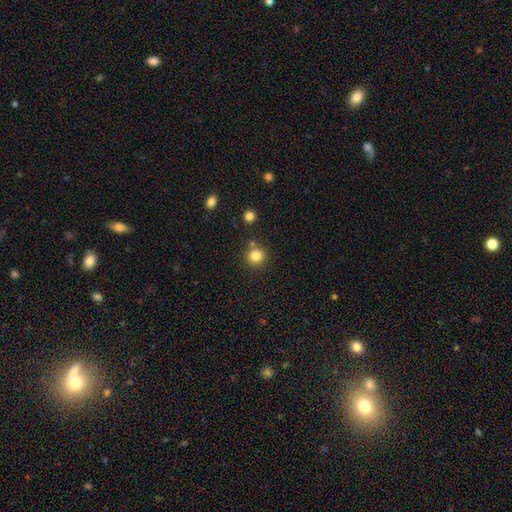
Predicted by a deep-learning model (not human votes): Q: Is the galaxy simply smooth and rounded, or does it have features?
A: smooth — 83%.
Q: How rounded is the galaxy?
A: round — 91%.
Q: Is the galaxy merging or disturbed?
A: none — 82%.